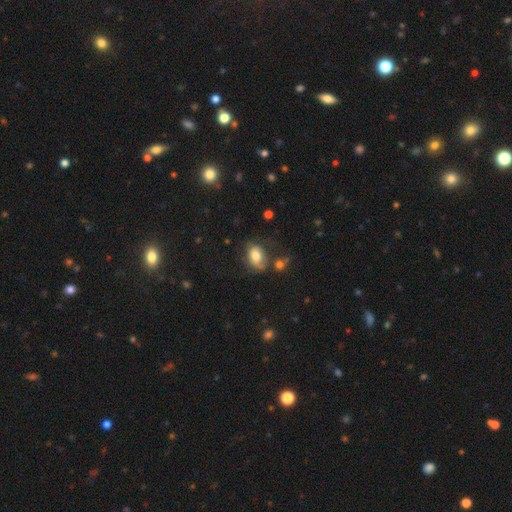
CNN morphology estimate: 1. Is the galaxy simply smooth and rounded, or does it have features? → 73% smooth, 18% featured or disk, 9% star or artifact.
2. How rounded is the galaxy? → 81% in between, 17% round, 1% cigar-shaped.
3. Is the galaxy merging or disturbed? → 55% none, 25% minor disturbance, 12% major disturbance, 8% merger.